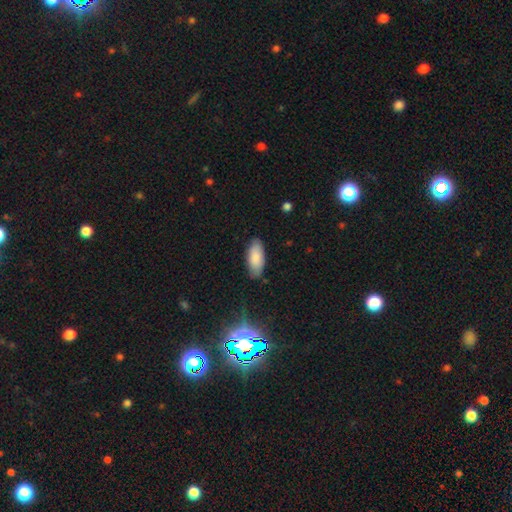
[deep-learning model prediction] A smooth galaxy with no disk features (85%) that is in between round and cigar-shaped (87%).

Vote fractions:
- Smooth or featured? smooth: 85% / featured or disk: 8% / star or artifact: 7%
- How rounded? in between: 87% / cigar-shaped: 11% / round: 2%
- Merging? none: 82% / minor disturbance: 14% / major disturbance: 3% / merger: 1%